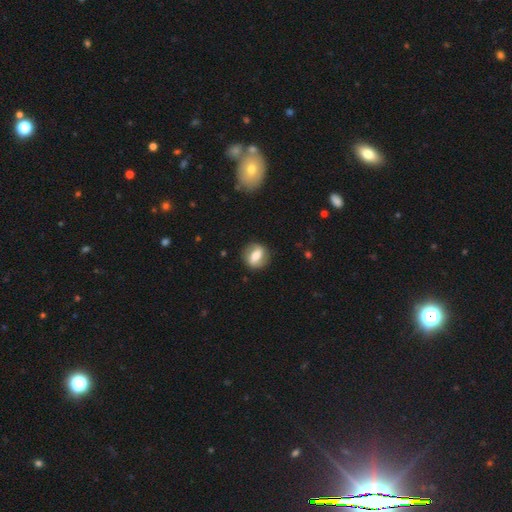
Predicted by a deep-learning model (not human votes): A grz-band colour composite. It shows a smooth galaxy with no disk features (47%). Merging: none (84%).